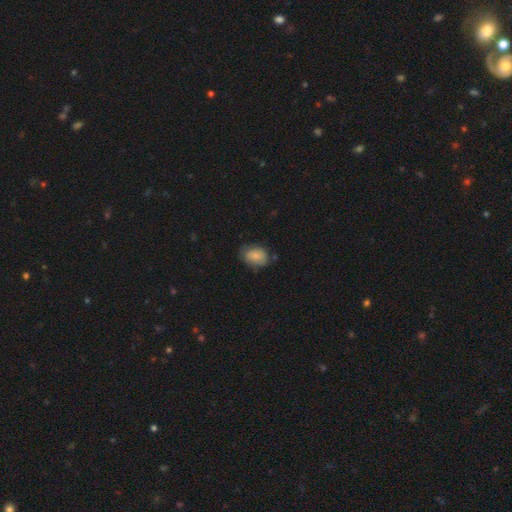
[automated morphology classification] Smooth or featured: smooth — 79% (featured or disk — 13%)
How rounded: in between — 70% (round — 29%)
Merging: none — 66% (minor disturbance — 25%)